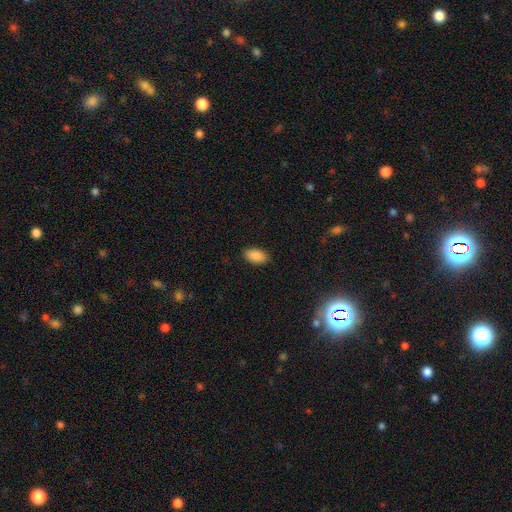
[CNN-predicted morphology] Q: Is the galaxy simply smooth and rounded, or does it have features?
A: smooth — 90%.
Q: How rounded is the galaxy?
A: in between — 94%.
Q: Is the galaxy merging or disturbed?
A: none — 88%.